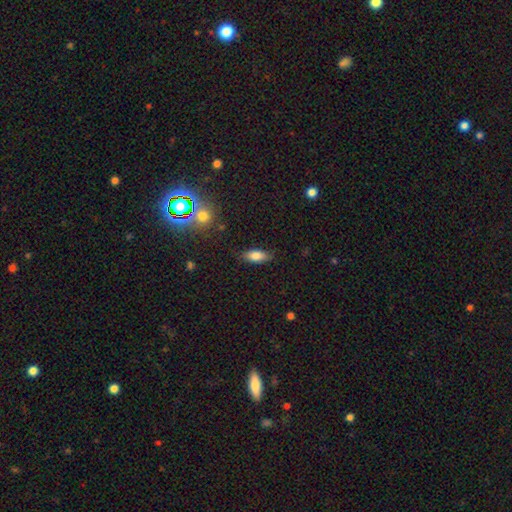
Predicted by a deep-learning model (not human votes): Morphology: type=smooth (80%); roundness=in between (83%); merging=none (82%).